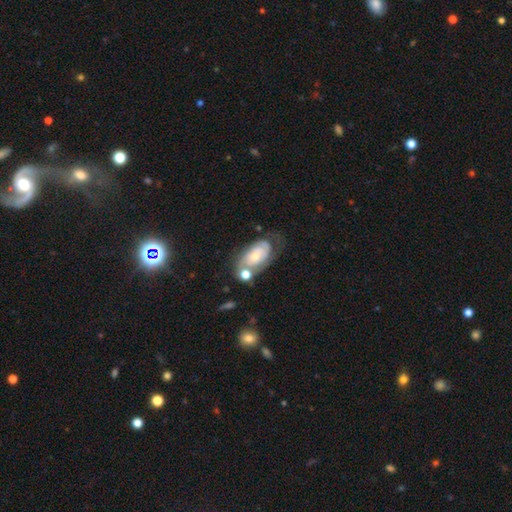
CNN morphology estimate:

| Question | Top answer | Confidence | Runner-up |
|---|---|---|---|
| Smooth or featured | featured or disk | 60% | smooth (33%) |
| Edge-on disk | no | 94% | yes (6%) |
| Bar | no | 78% | weak (18%) |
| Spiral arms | yes | 75% | no (25%) |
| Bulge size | small | 46% | moderate (45%) |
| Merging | none | 37% | minor disturbance (23%) |